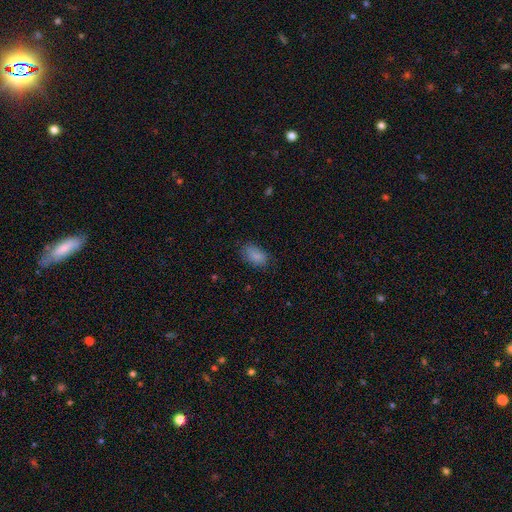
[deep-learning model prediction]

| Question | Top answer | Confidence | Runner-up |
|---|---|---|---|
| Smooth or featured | smooth | 85% | star or artifact (9%) |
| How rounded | in between | 91% | round (6%) |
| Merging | none | 75% | minor disturbance (18%) |